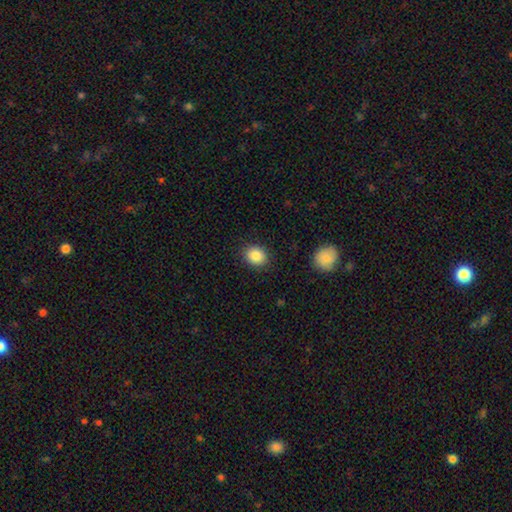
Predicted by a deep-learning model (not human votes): This appears to be a smooth galaxy with no disk features (87%) that is round (60%). Merging: none (87%).